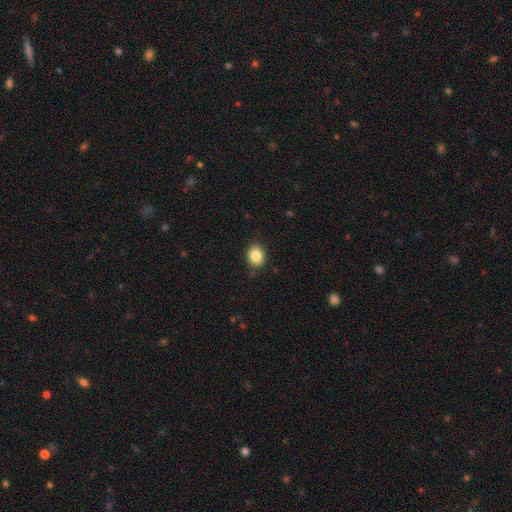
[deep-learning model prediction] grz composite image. It shows a smooth galaxy with no disk features (84%) that is round (54%). Merging: none (86%).